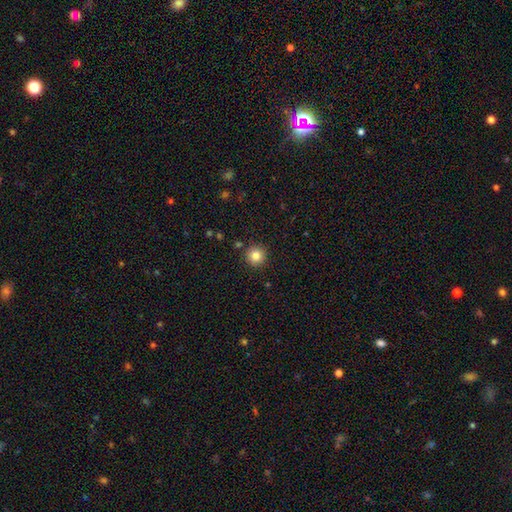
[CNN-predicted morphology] The model was most divided on "smooth or featured": smooth: 83%, star or artifact: 11%, featured or disk: 6%. More confident: how rounded — round (96%); merging — none (91%).